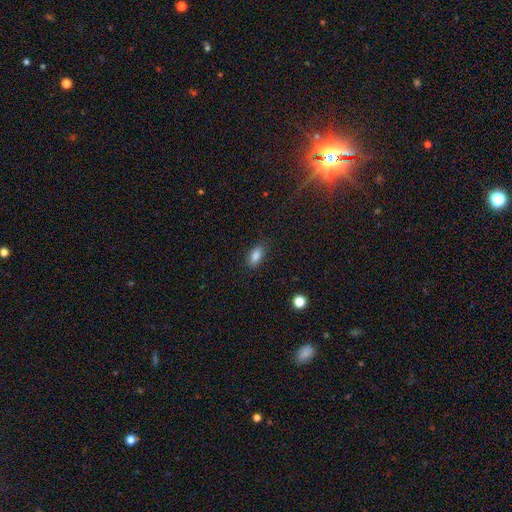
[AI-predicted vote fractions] Smooth or featured? smooth (84%)
How rounded? in between (88%)
Merging? none (84%)